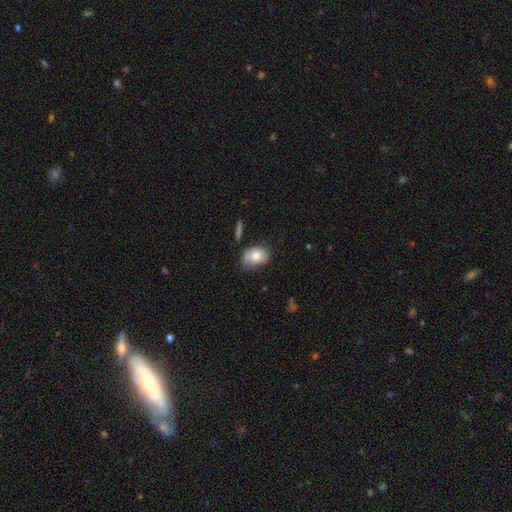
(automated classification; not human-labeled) Overall: smooth (76%). How rounded: in between (78%). Merging: none (66%).